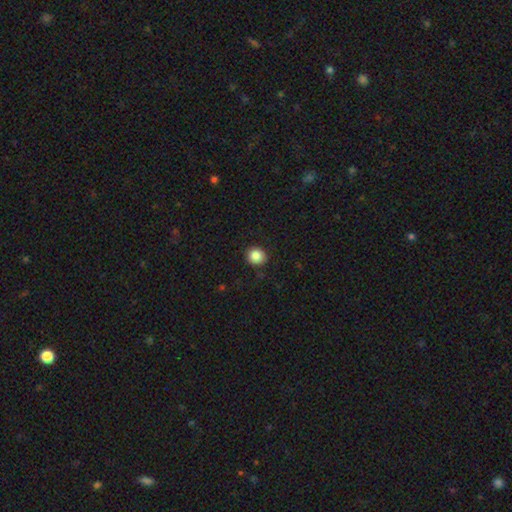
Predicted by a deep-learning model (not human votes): This appears to be a smooth galaxy with no disk features (86%) that is round (84%). Merging: none (90%).